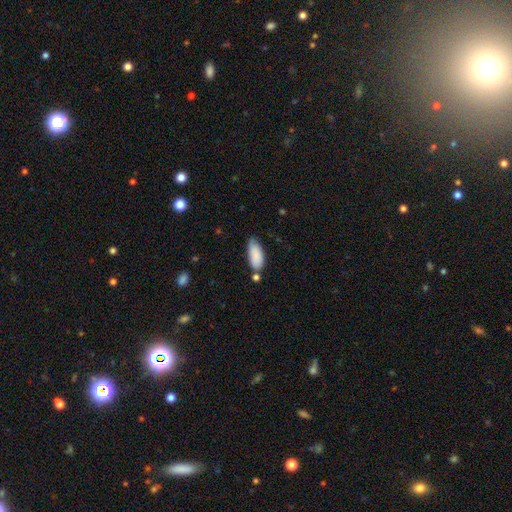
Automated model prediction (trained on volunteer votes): Morphology: type=smooth (87%); roundness=in between (85%); merging=none (57%).